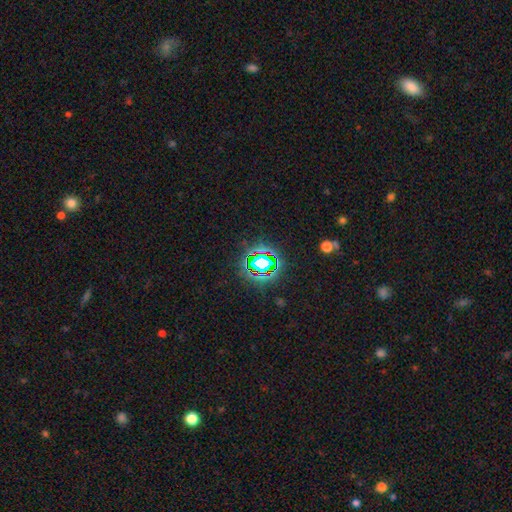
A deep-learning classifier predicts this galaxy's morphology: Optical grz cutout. It shows a star or artifact, not a galaxy (74%).